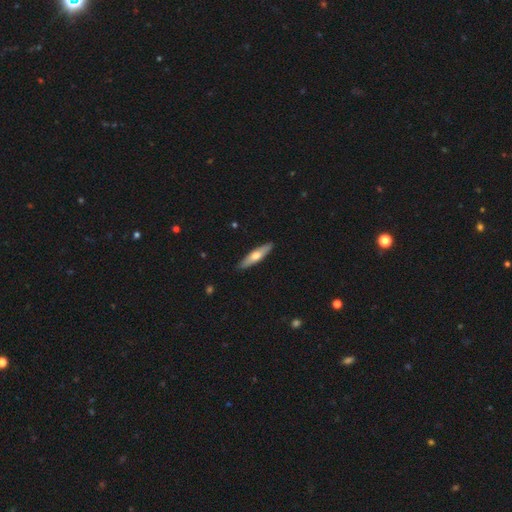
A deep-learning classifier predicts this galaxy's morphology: Smooth or featured? smooth (52%)
How rounded? cigar-shaped (77%)
Merging? none (90%)